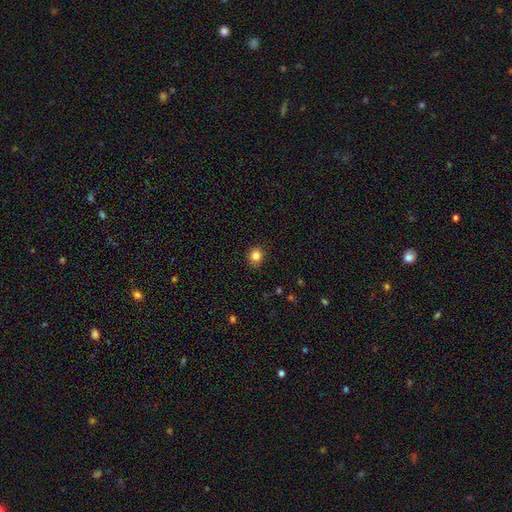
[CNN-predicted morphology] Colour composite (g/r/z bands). It shows a smooth galaxy with no disk features (84%) that is round (74%). Merging: none (88%).